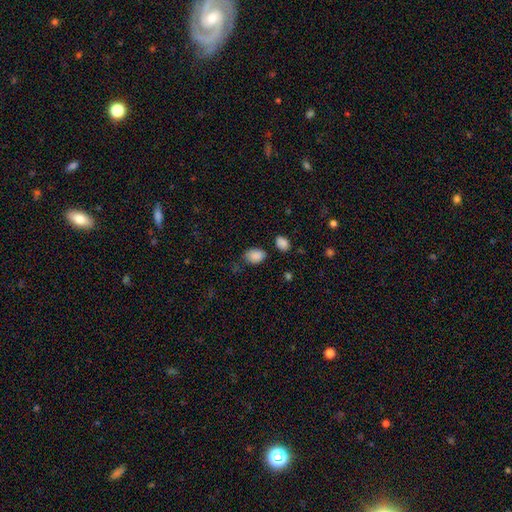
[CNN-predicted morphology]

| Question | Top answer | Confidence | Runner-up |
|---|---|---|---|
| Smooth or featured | smooth | 87% | star or artifact (10%) |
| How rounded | in between | 79% | round (20%) |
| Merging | none | 68% | minor disturbance (22%) |